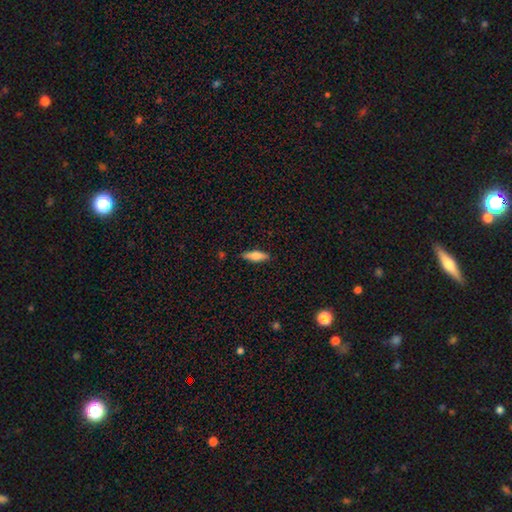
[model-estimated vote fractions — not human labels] Overall: smooth (65%; featured or disk 29%). How rounded: cigar-shaped (53%; in between 44%). Merging: none (87%).